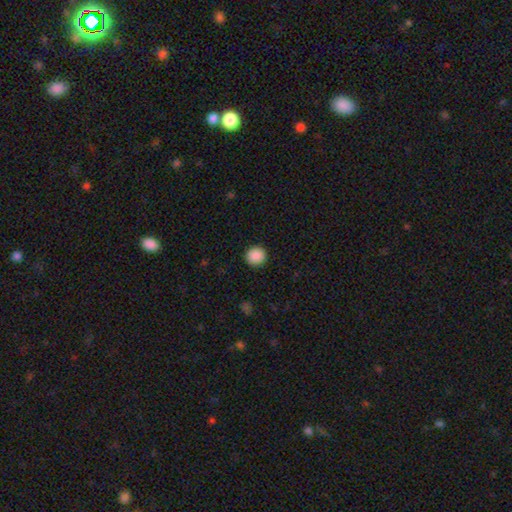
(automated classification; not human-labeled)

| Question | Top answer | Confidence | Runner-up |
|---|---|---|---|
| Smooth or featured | smooth | 89% | star or artifact (8%) |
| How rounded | round | 94% | in between (6%) |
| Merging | none | 93% | minor disturbance (5%) |